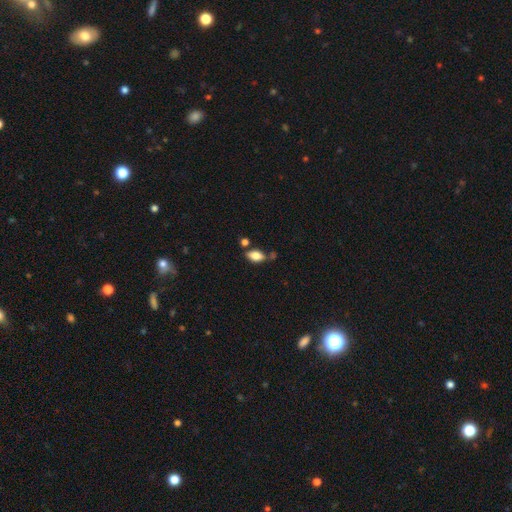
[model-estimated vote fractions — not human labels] Smooth or featured: smooth — 80% (featured or disk — 12%)
How rounded: in between — 90% (round — 5%)
Merging: none — 67% (minor disturbance — 17%)